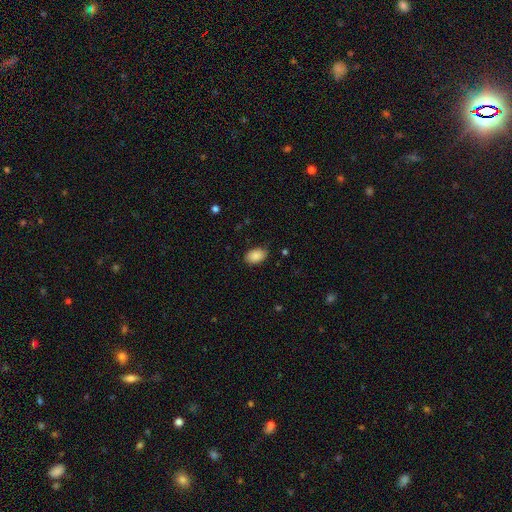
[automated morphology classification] A smooth galaxy with no disk features (88%) that is in between round and cigar-shaped (89%). Merging: none (81%).